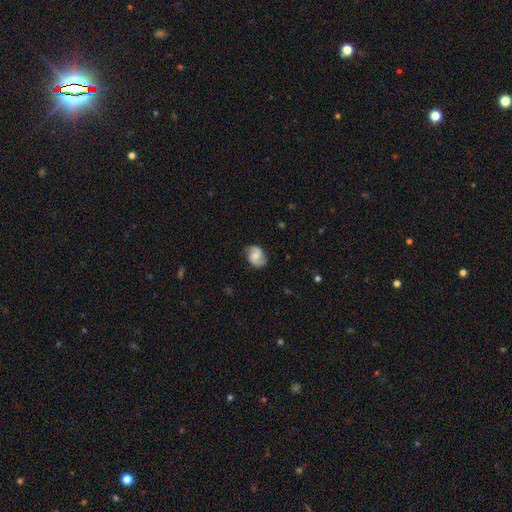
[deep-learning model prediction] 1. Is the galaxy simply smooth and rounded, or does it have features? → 65% featured or disk, 27% smooth, 7% star or artifact.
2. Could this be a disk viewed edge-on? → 98% no, 2% yes.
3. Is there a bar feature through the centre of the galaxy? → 52% no, 40% weak, 8% strong.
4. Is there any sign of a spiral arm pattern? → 94% yes, 6% no.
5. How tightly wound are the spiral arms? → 46% medium, 32% loose, 23% tight.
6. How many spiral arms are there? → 89% 2, 5% can't tell, 2% 1, 1% 3, 1% 4, 1% more than 4.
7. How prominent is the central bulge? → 41% moderate, 37% small, 15% none, 6% large, 2% dominant.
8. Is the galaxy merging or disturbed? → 77% none, 17% minor disturbance, 5% major disturbance, 1% merger.